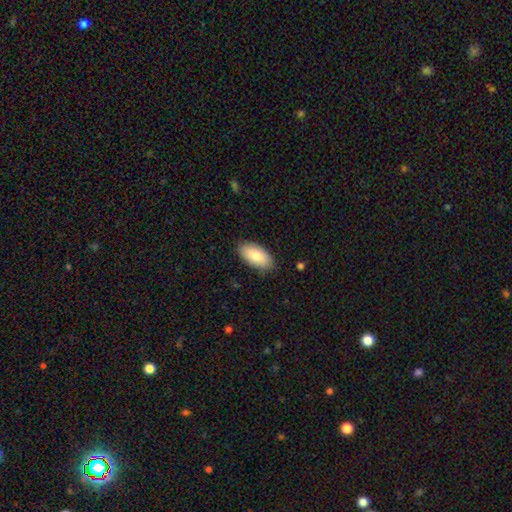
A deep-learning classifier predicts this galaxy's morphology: This appears to be a smooth galaxy with no disk features (82%) that is in between round and cigar-shaped (94%). Merging: none (85%).